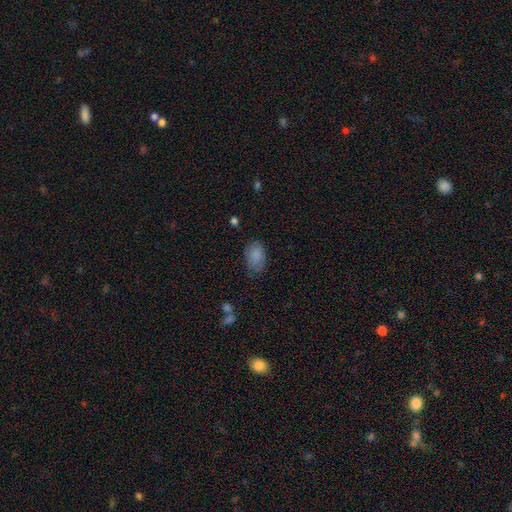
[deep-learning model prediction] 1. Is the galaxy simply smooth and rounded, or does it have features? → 85% smooth, 8% star or artifact, 7% featured or disk.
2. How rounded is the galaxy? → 87% in between, 12% round, 1% cigar-shaped.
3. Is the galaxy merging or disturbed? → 70% none, 22% minor disturbance, 6% major disturbance, 2% merger.